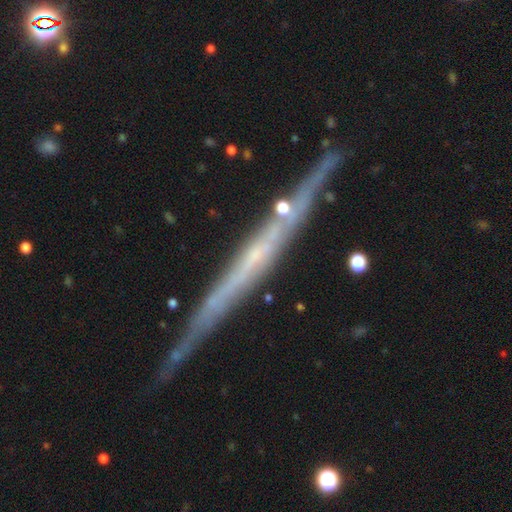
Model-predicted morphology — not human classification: Smooth or featured?
  - featured or disk: 75% *
  - smooth: 15%
  - star or artifact: 10%
Edge-on disk?
  - yes: 95% *
  - no: 5%
Edge-on bulge?
  - none: 78% *
  - rounded: 15%
  - boxy: 7%
Merging?
  - none: 82% *
  - minor disturbance: 13%
  - merger: 3%
  - major disturbance: 3%